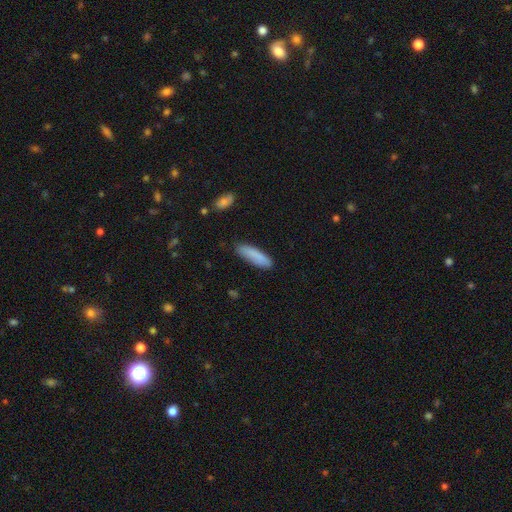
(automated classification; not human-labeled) The model was most divided on "how rounded": cigar-shaped: 69%, in between: 30%, round: 1%. More confident: smooth or featured — smooth (85%); merging — none (83%).